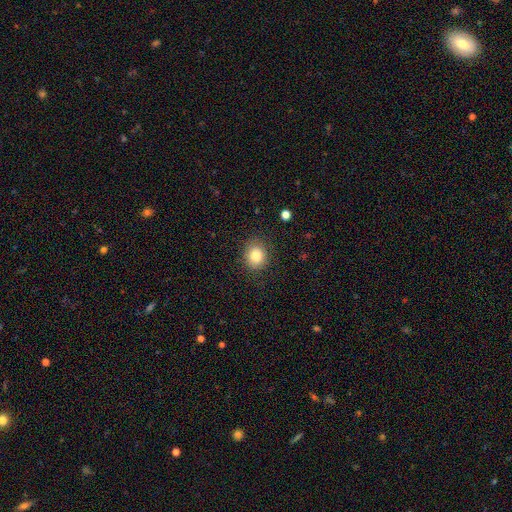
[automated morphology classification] A smooth galaxy with no disk features (83%) that is round (66%). Merging: none (84%).